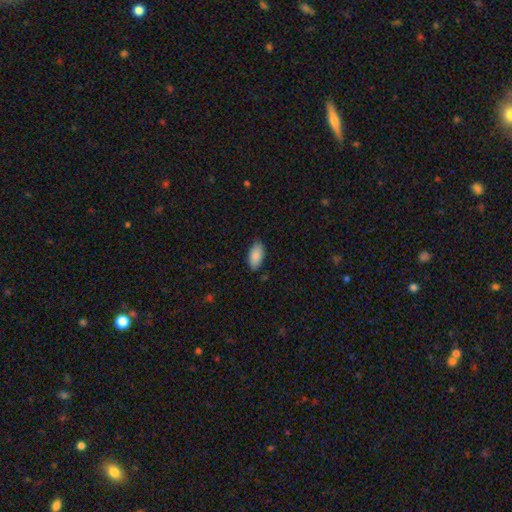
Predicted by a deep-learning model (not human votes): A smooth galaxy with no disk features (88%) that is in between round and cigar-shaped (93%).

Vote fractions:
- Smooth or featured? smooth: 88% / star or artifact: 6% / featured or disk: 5%
- How rounded? in between: 93% / cigar-shaped: 5% / round: 2%
- Merging? none: 82% / minor disturbance: 15% / major disturbance: 2% / merger: 1%